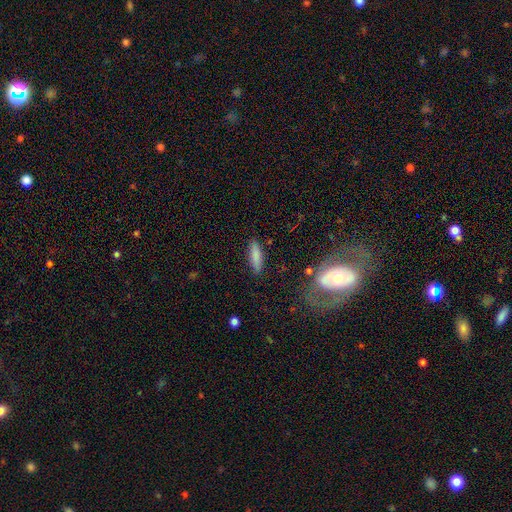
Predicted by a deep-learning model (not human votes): Smooth or featured?
  - smooth: 82% *
  - featured or disk: 10%
  - star or artifact: 8%
How rounded?
  - cigar-shaped: 56% *
  - in between: 42%
  - round: 2%
Merging?
  - none: 86% *
  - minor disturbance: 10%
  - major disturbance: 2%
  - merger: 2%